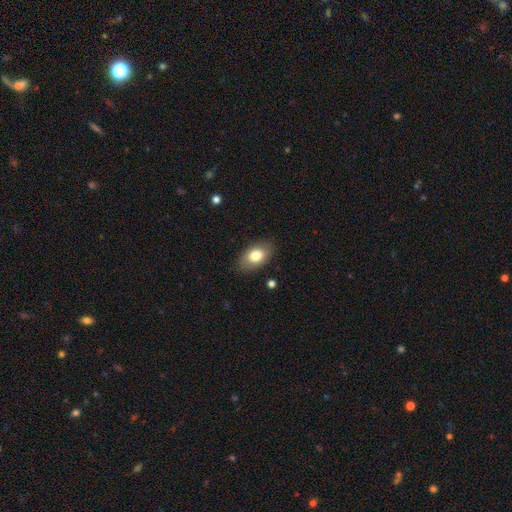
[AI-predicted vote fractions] This is likely a smooth galaxy (78%). How rounded: clearly in between (90%). Merging: clearly none (84%).